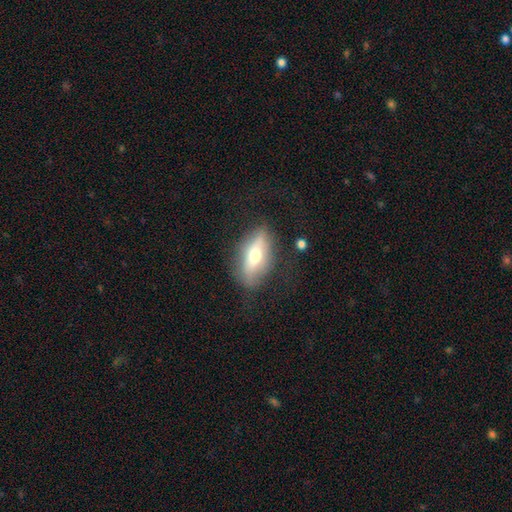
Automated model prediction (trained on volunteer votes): A smooth galaxy with no disk features (48%).

Vote fractions:
- Smooth or featured? smooth: 48% / featured or disk: 45% / star or artifact: 8%
- Merging? none: 75% / minor disturbance: 17% / major disturbance: 7% / merger: 2%